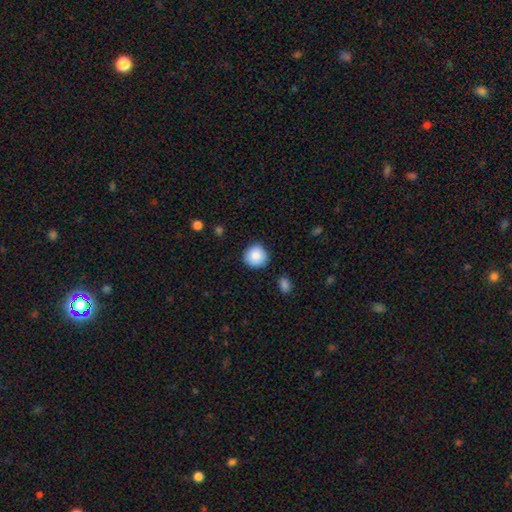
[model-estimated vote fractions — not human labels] Q: Smooth or featured?
A: smooth (86%); runner-up: star or artifact (8%)
Q: How rounded?
A: round (92%); runner-up: in between (7%)
Q: Merging?
A: none (87%); runner-up: minor disturbance (10%)